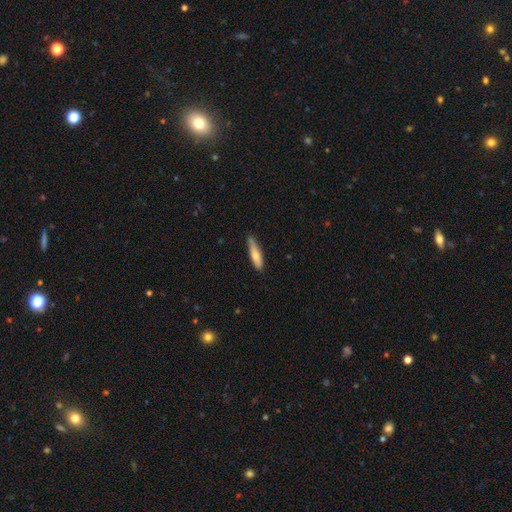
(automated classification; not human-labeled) A smooth galaxy with no disk features (69%) that is cigar-shaped (74%).

Vote fractions:
- Smooth or featured? smooth: 69% / featured or disk: 25% / star or artifact: 6%
- How rounded? cigar-shaped: 74% / in between: 24% / round: 2%
- Merging? none: 77% / minor disturbance: 19% / major disturbance: 3% / merger: 2%